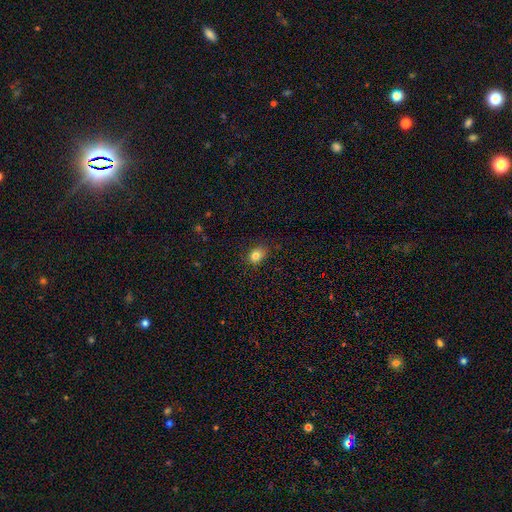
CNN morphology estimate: Smooth or featured?
  - smooth: 81% *
  - star or artifact: 12%
  - featured or disk: 8%
How rounded?
  - in between: 68% *
  - round: 31%
  - cigar-shaped: 1%
Merging?
  - none: 80% *
  - minor disturbance: 15%
  - major disturbance: 3%
  - merger: 1%